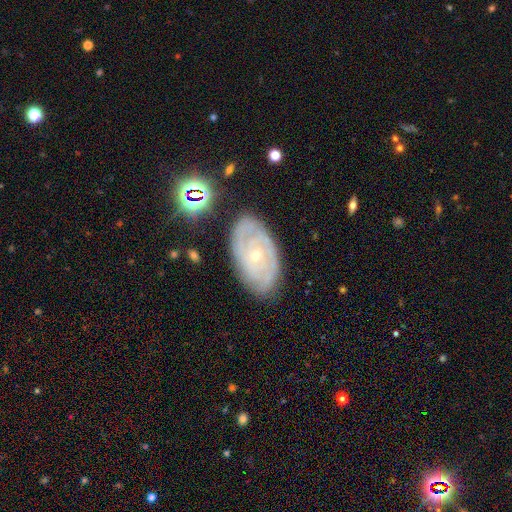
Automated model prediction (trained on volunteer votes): Smooth or featured? Predicted: featured or disk (p=0.80). Edge-on disk? Predicted: no (p=0.95). Bar? Predicted: no (p=0.78). Spiral arms? Predicted: yes (p=0.91). Spiral winding? Predicted: tight (p=0.76). Spiral arm count? Predicted: can't tell (p=0.38). Bulge size? Predicted: small (p=0.73). Merging? Predicted: none (p=0.79).